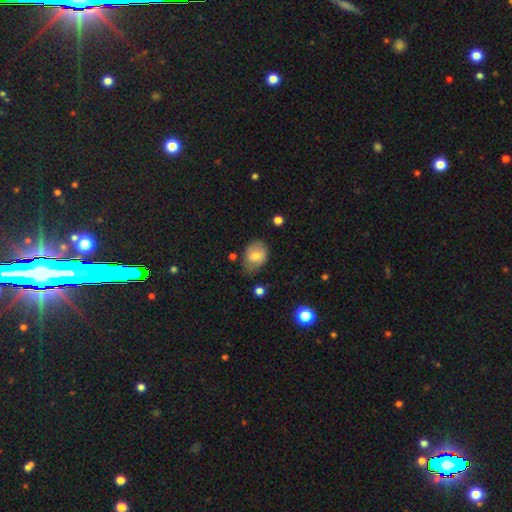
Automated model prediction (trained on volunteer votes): Smooth or featured?
  - smooth: 72% *
  - featured or disk: 20%
  - star or artifact: 8%
How rounded?
  - in between: 66% *
  - round: 33%
  - cigar-shaped: 1%
Merging?
  - none: 60% *
  - minor disturbance: 30%
  - major disturbance: 7%
  - merger: 3%